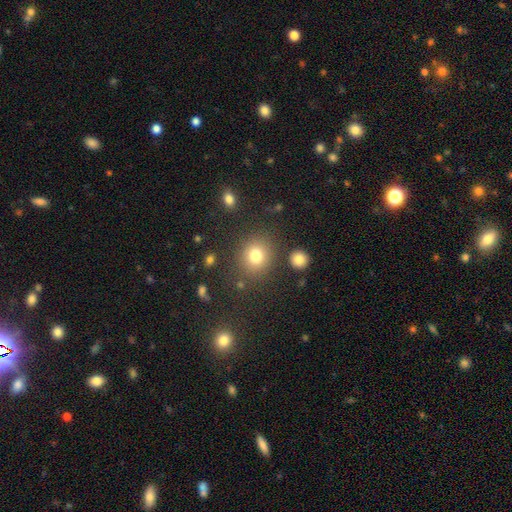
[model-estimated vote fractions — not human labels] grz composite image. It shows a smooth galaxy with no disk features (78%) that is round (76%). Merging: none (81%).